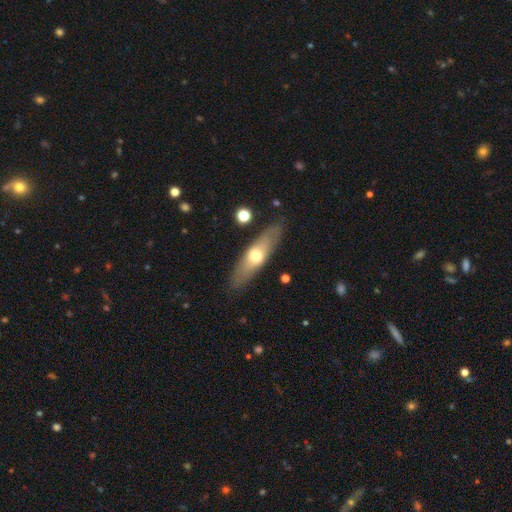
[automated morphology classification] Q: Smooth or featured?
A: smooth (51%); runner-up: featured or disk (43%)
Q: How rounded?
A: cigar-shaped (60%); runner-up: in between (37%)
Q: Merging?
A: none (85%); runner-up: minor disturbance (10%)